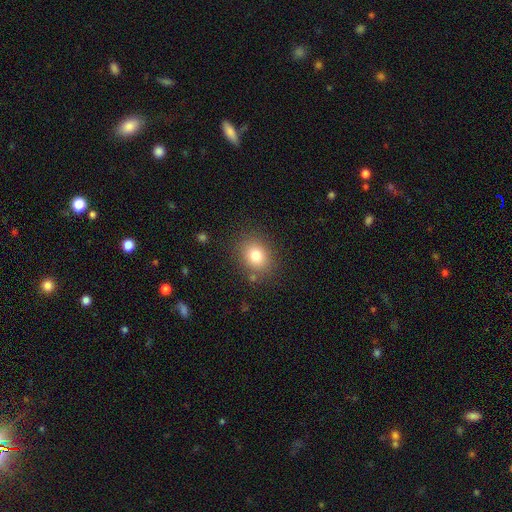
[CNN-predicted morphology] type=smooth (80%); roundness=round (57%); merging=none (82%).